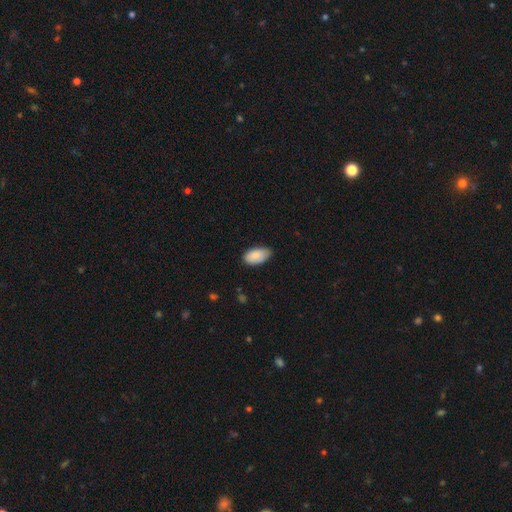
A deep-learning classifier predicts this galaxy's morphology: Smooth or featured?
  - smooth: 86% *
  - featured or disk: 8%
  - star or artifact: 6%
How rounded?
  - in between: 95% *
  - round: 3%
  - cigar-shaped: 2%
Merging?
  - none: 70% *
  - minor disturbance: 26%
  - major disturbance: 3%
  - merger: 1%